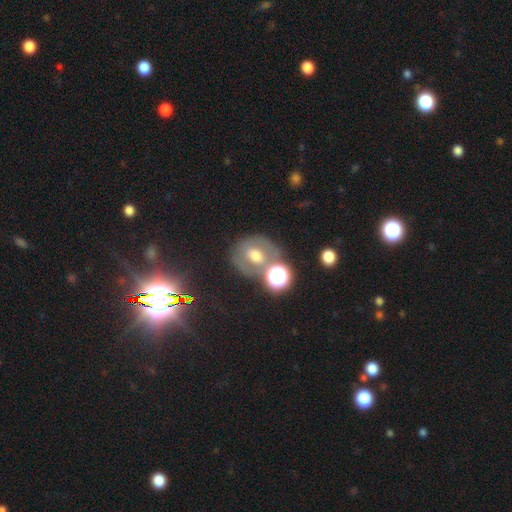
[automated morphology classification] The model was most divided on "smooth or featured": smooth: 46%, featured or disk: 35%, star or artifact: 19%. More confident: merging — none (63%).